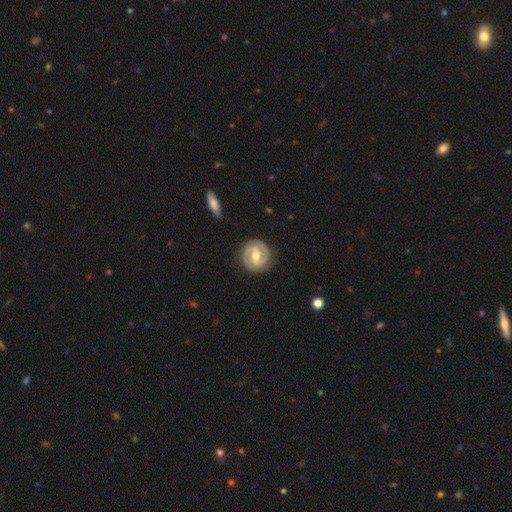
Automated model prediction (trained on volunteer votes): Morphology: type=featured or disk (86%); edge-on=no (98%); bar=weak (46%); spiral arms=yes (96%); winding=tight (62%); arm count=2 (92%); bulge=moderate (72%); merging=none (88%).